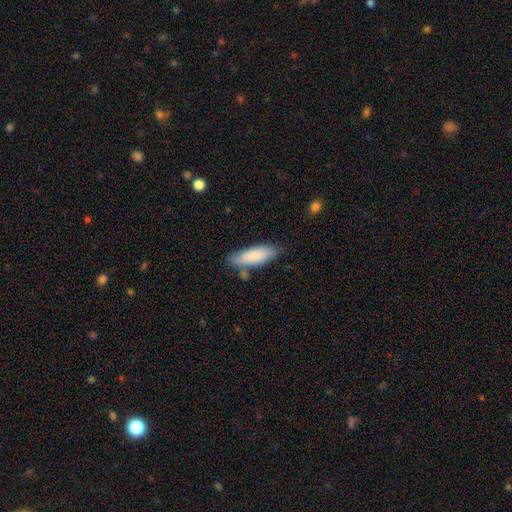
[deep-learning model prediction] Smooth or featured? Predicted: smooth (p=0.84). How rounded? Predicted: in between (p=0.58). Merging? Predicted: none (p=0.71).